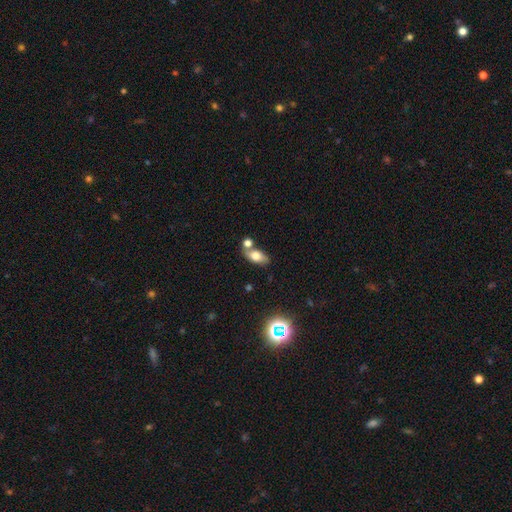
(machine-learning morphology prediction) smooth-or-featured: smooth: 68% | featured or disk: 21% | star or artifact: 11%
  how-rounded: in between: 84% | round: 9% | cigar-shaped: 8%
  merging: none: 59% | merger: 24% | minor disturbance: 13% | major disturbance: 4%